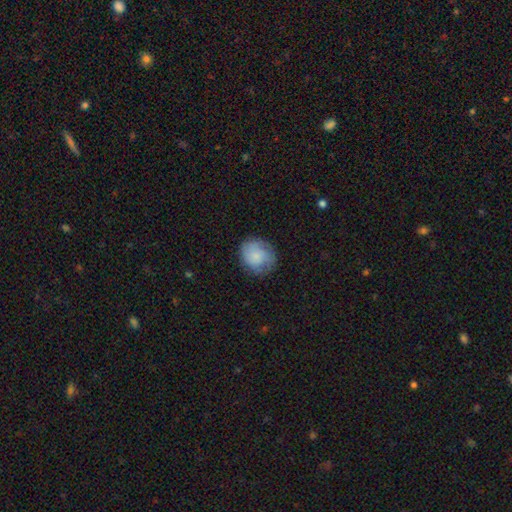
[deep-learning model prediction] Smooth or featured? Predicted: smooth (p=0.78). How rounded? Predicted: round (p=0.79). Merging? Predicted: none (p=0.73).